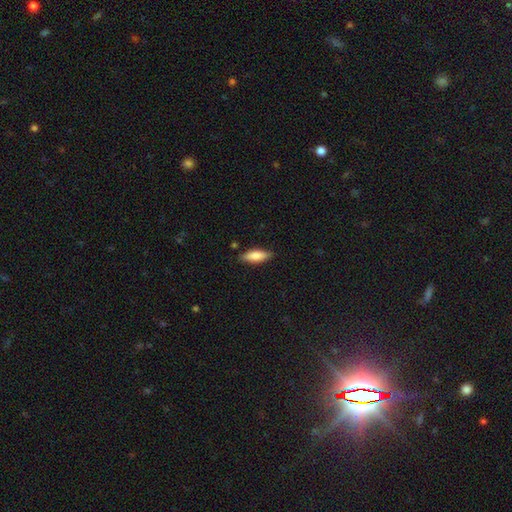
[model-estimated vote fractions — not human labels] Q: Smooth or featured?
A: smooth (76%); runner-up: featured or disk (18%)
Q: How rounded?
A: in between (62%); runner-up: cigar-shaped (36%)
Q: Merging?
A: none (82%); runner-up: minor disturbance (14%)